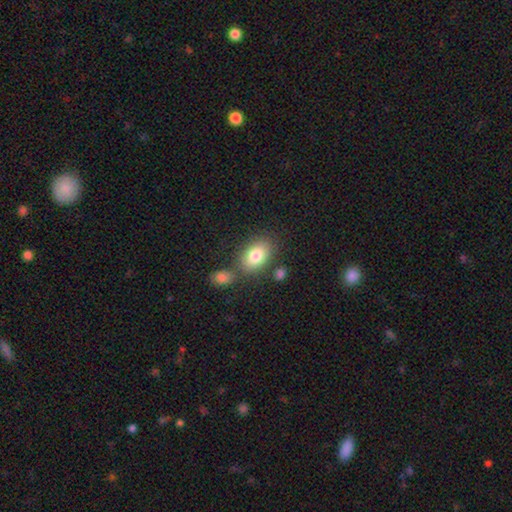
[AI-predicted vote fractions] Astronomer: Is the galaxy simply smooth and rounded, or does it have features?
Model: smooth — 80%.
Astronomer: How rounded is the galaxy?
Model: in between — 86%.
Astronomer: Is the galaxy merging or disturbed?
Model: none — 69%.